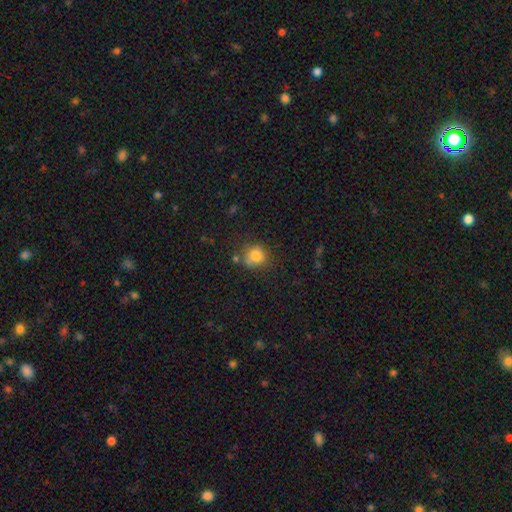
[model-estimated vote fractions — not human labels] Smooth or featured? smooth (79%)
How rounded? round (74%)
Merging? none (61%)